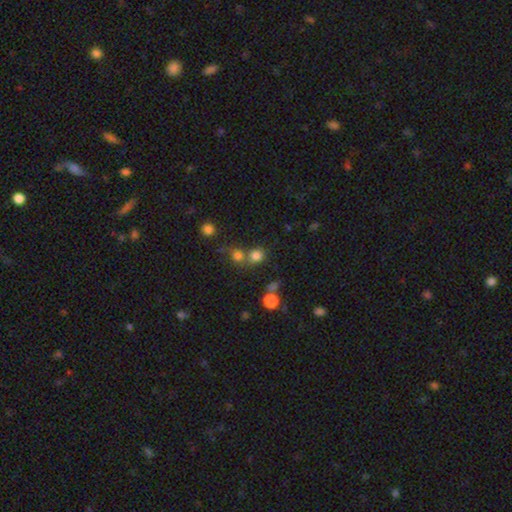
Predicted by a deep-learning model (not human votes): Smooth or featured? smooth (77%)
How rounded? round (85%)
Merging? none (58%)